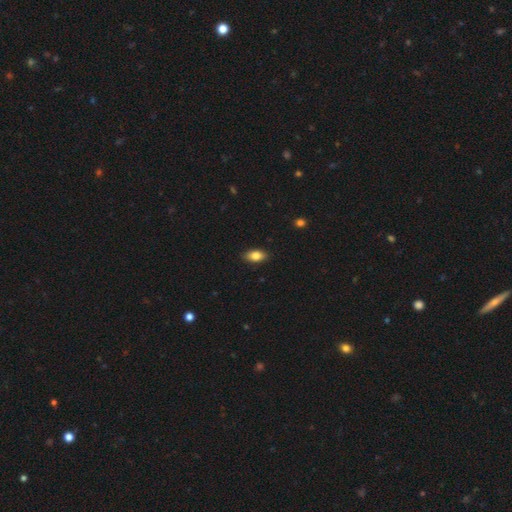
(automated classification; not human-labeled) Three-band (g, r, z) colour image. It shows a smooth galaxy with no disk features (82%) that is in between round and cigar-shaped (90%). Merging: none (88%).